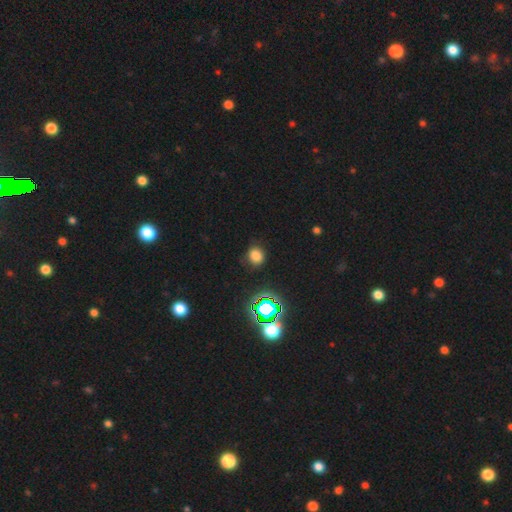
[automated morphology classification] Q: Smooth or featured?
A: smooth (73%); runner-up: star or artifact (21%)
Q: How rounded?
A: round (77%); runner-up: in between (22%)
Q: Merging?
A: none (83%); runner-up: minor disturbance (12%)